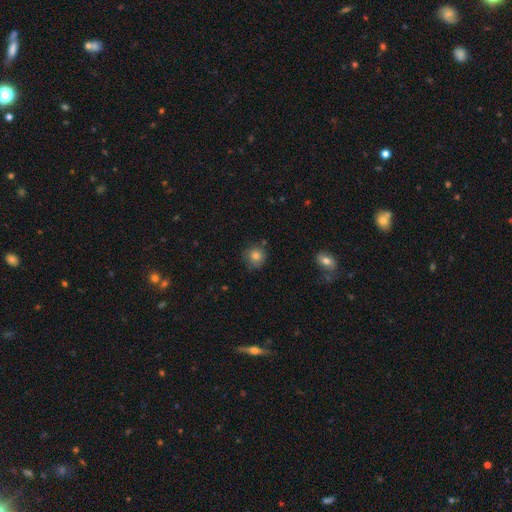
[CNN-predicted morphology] A smooth galaxy with no disk features (80%) that is round (90%).

Vote fractions:
- Smooth or featured? smooth: 80% / star or artifact: 11% / featured or disk: 9%
- How rounded? round: 90% / in between: 9% / cigar-shaped: 1%
- Merging? none: 76% / minor disturbance: 17% / major disturbance: 4% / merger: 3%